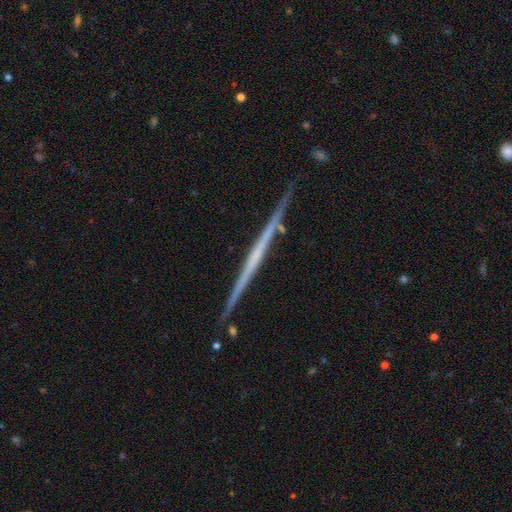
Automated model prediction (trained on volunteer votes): This appears to be a featured or disk galaxy (74%) viewed edge-on (98%) with no central bulge (86%). Merging: none (88%).